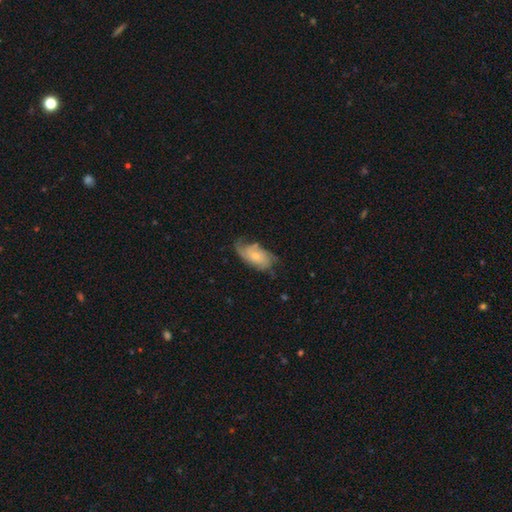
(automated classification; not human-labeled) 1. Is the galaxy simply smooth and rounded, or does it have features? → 63% featured or disk, 30% smooth, 6% star or artifact.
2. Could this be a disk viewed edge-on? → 95% no, 5% yes.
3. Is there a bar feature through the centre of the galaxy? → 74% no, 22% weak, 4% strong.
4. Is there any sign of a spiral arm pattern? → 88% yes, 12% no.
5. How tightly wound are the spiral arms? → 39% medium, 34% tight, 27% loose.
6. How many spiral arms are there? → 39% 2, 28% can't tell, 14% 3, 11% 1, 4% 4, 3% more than 4.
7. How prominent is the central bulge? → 60% small, 32% moderate, 4% none, 3% large, 1% dominant.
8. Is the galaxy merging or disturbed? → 52% none, 28% minor disturbance, 17% major disturbance, 3% merger.